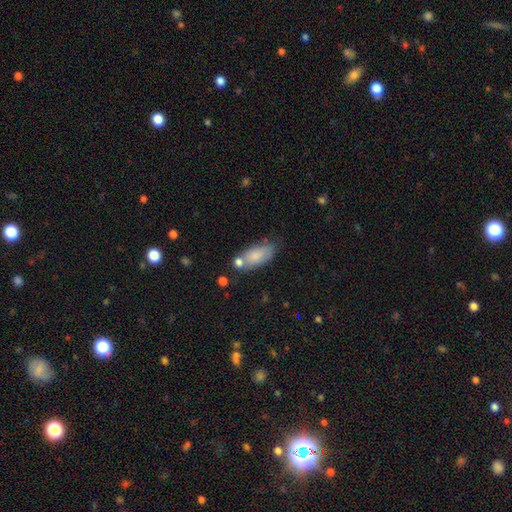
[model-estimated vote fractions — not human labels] smooth 80%, featured or disk 12%, star or artifact 7%. Down the decision tree: how rounded — in between (88%); merging — none (58%).